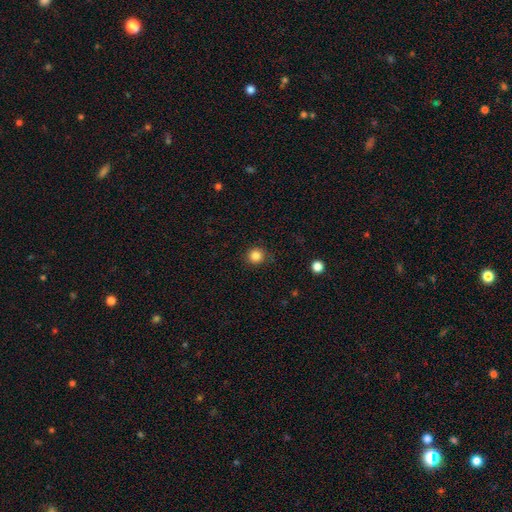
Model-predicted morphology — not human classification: type=smooth (84%); roundness=round (92%); merging=none (88%).